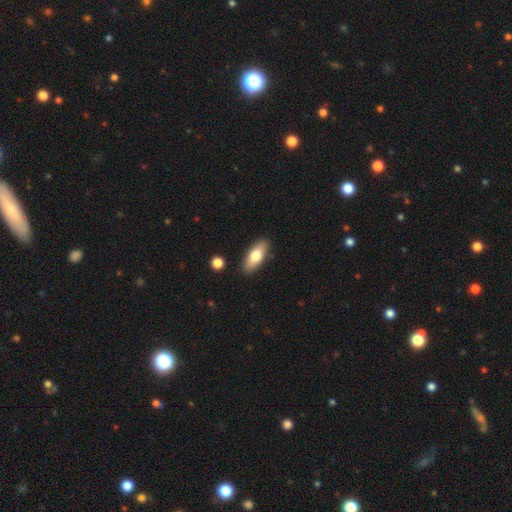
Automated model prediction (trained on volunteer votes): A smooth galaxy with no disk features (72%) that is in between round and cigar-shaped (77%).

Vote fractions:
- Smooth or featured? smooth: 72% / featured or disk: 22% / star or artifact: 6%
- How rounded? in between: 77% / cigar-shaped: 20% / round: 3%
- Merging? none: 86% / minor disturbance: 10% / merger: 2% / major disturbance: 2%